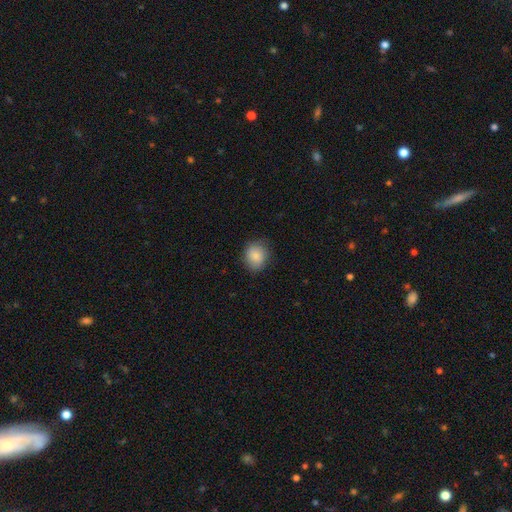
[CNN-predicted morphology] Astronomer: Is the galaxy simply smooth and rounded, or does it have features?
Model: smooth — 87%.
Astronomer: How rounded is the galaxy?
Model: round — 69%.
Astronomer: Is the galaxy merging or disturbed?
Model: none — 82%.